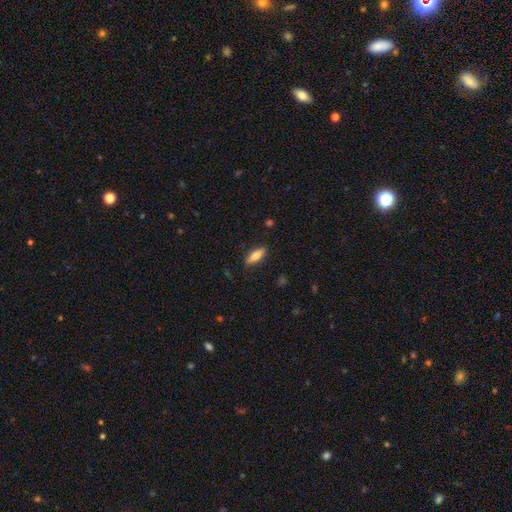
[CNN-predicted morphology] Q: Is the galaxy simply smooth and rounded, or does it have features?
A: smooth — 68%.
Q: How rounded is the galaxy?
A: in between — 60%.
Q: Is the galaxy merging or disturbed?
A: none — 86%.